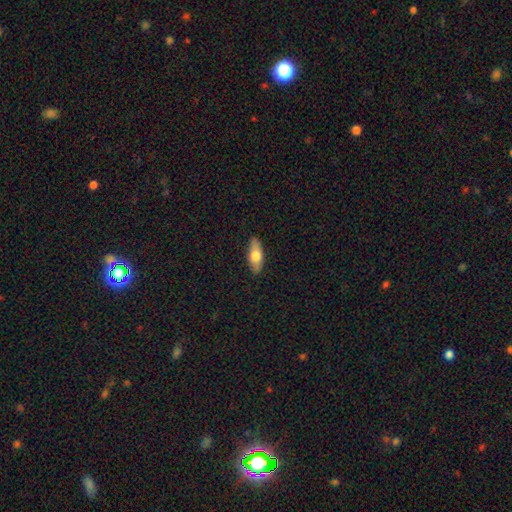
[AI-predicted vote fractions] Smooth or featured: smooth — 66% (featured or disk — 28%)
How rounded: in between — 73% (cigar-shaped — 24%)
Merging: none — 88% (minor disturbance — 9%)